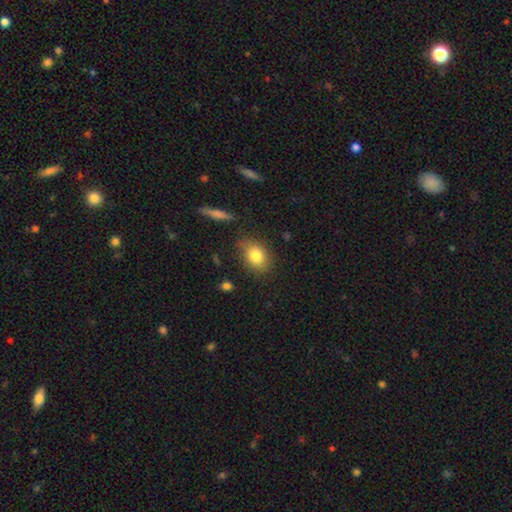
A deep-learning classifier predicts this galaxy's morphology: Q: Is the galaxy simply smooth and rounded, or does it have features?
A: smooth — 81%.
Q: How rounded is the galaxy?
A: in between — 69%.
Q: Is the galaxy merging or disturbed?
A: none — 78%.